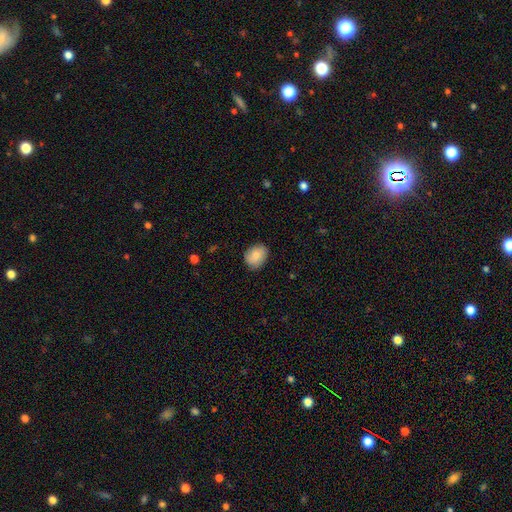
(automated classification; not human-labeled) This appears to be a smooth galaxy with no disk features (85%) that is in between round and cigar-shaped (57%). Merging: none (81%).